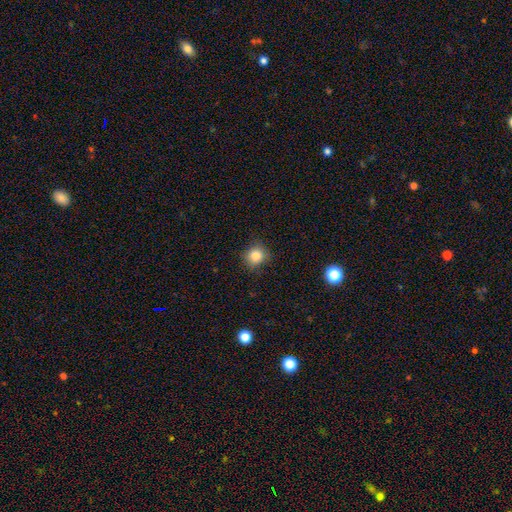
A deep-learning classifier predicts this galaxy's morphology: A smooth galaxy with no disk features (84%) that is round (84%). Merging: none (85%).